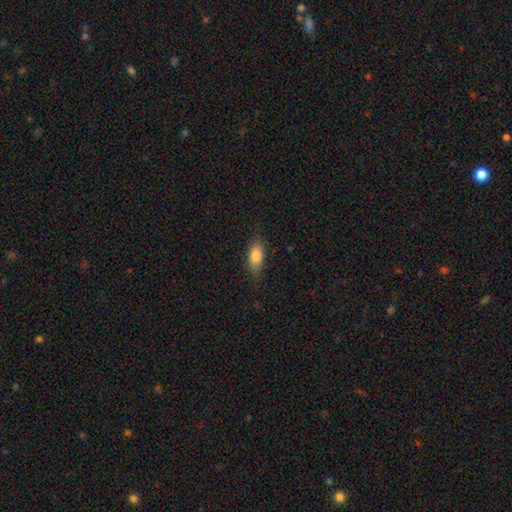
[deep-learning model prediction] smooth_or_featured: smooth (p=0.80) [alt: featured or disk p=0.12]
how_rounded: in between (p=0.84) [alt: cigar-shaped p=0.11]
merging: none (p=0.73) [alt: minor disturbance p=0.21]